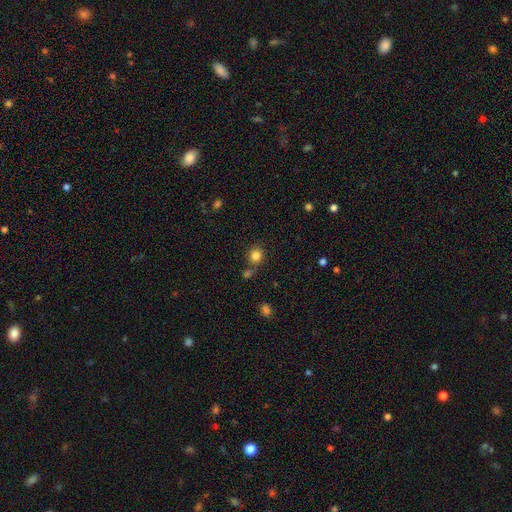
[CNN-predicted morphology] Smooth or featured? smooth (83%)
How rounded? round (85%)
Merging? none (68%)